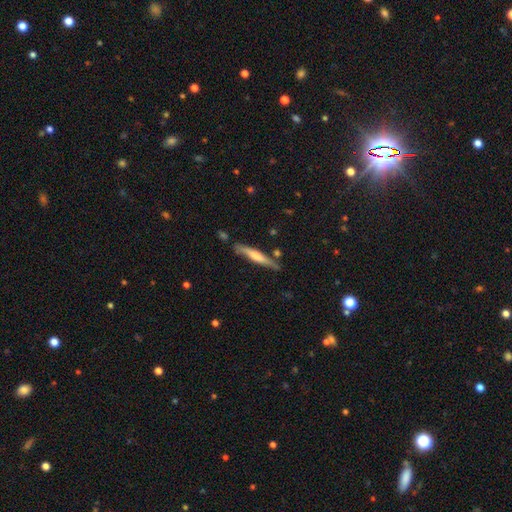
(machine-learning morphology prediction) Q: Smooth or featured?
A: featured or disk (50%); runner-up: smooth (44%)
Q: Edge-on disk?
A: yes (94%); runner-up: no (6%)
Q: Merging?
A: none (80%); runner-up: minor disturbance (13%)